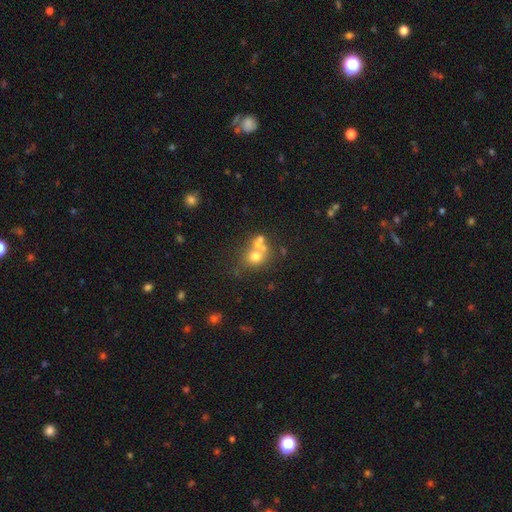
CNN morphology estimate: This is possibly a smooth galaxy (60%). How rounded: likely round (76%). Merging: marginally merger (44%).